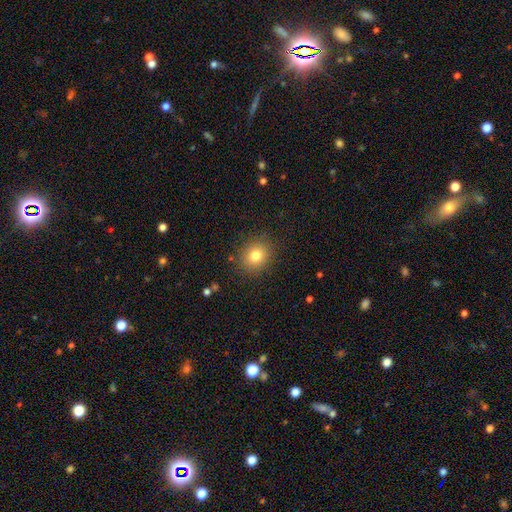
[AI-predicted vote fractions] Smooth or featured: smooth — 79% (star or artifact — 12%)
How rounded: round — 69% (in between — 30%)
Merging: none — 87% (minor disturbance — 9%)